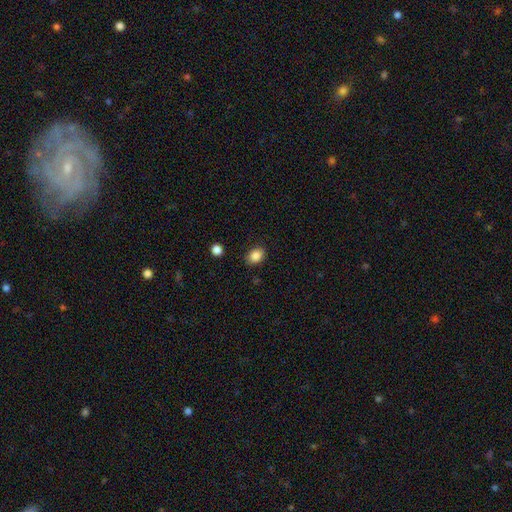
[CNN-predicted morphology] The model was most divided on "how rounded": in between: 65%, round: 34%, cigar-shaped: 1%. More confident: smooth or featured — smooth (86%); merging — none (85%).